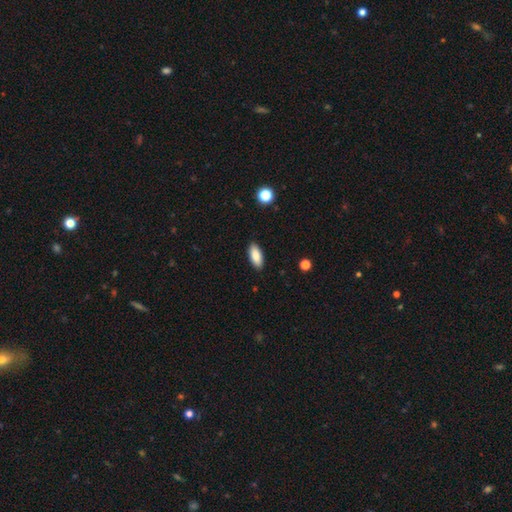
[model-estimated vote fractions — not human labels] smooth 87%, star or artifact 7%, featured or disk 7%. Down the decision tree: how rounded — in between (85%); merging — none (89%).